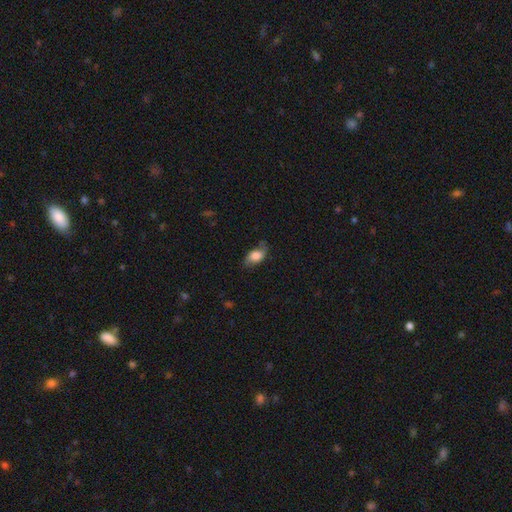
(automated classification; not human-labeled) A smooth galaxy with no disk features (65%) that is in between round and cigar-shaped (86%).

Vote fractions:
- Smooth or featured? smooth: 65% / featured or disk: 26% / star or artifact: 8%
- How rounded? in between: 86% / round: 11% / cigar-shaped: 3%
- Merging? none: 62% / minor disturbance: 27% / major disturbance: 10% / merger: 2%